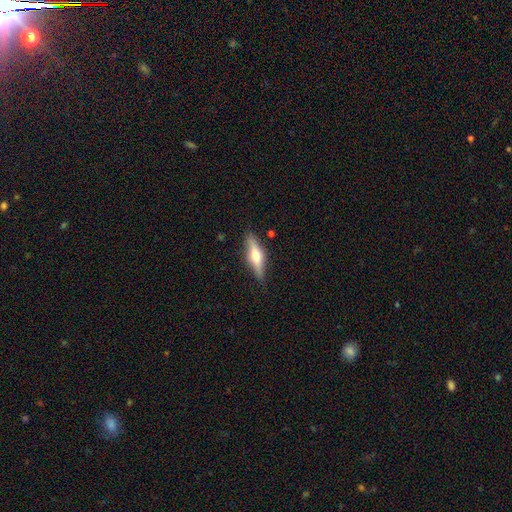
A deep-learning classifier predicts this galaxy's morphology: A featured or disk galaxy (50%) viewed edge-on (91%). Merging: none (83%).